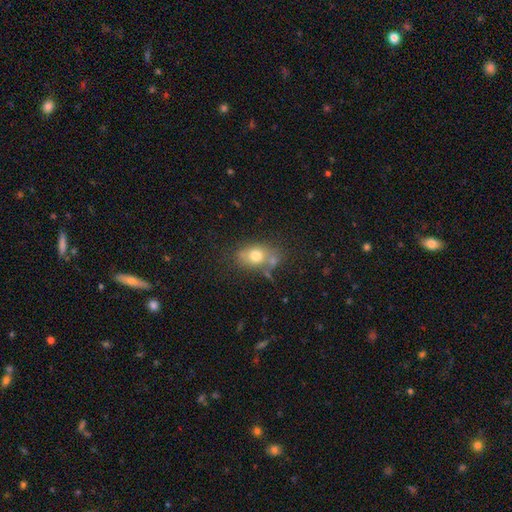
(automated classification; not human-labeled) Smooth or featured?
  - smooth: 73% *
  - featured or disk: 17%
  - star or artifact: 10%
How rounded?
  - in between: 68% *
  - round: 30%
  - cigar-shaped: 2%
Merging?
  - none: 55% *
  - minor disturbance: 20%
  - merger: 17%
  - major disturbance: 8%